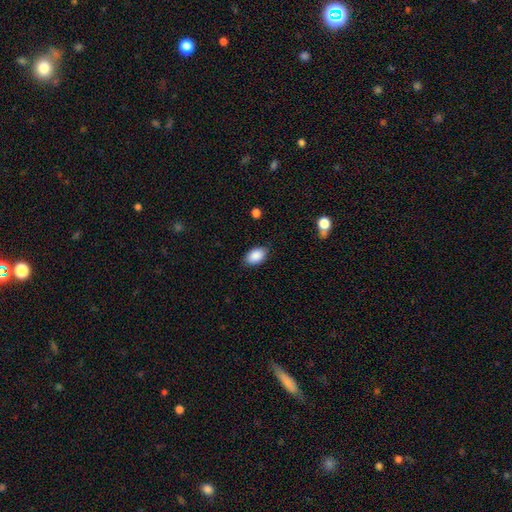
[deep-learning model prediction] This appears to be a smooth galaxy with no disk features (89%) that is in between round and cigar-shaped (91%). Merging: none (83%).